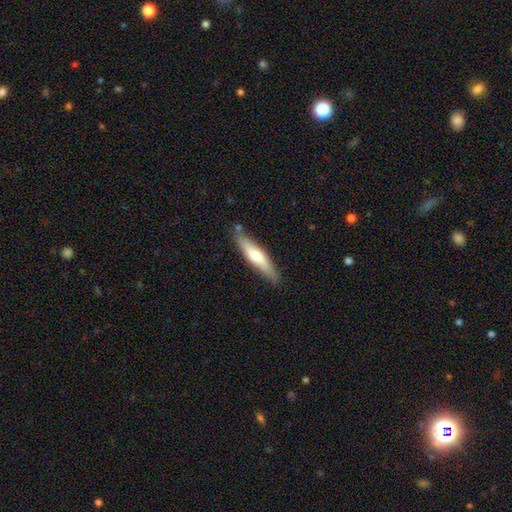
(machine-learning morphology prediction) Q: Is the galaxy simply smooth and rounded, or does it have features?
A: smooth — 57%.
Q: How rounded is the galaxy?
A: cigar-shaped — 84%.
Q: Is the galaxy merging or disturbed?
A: none — 81%.